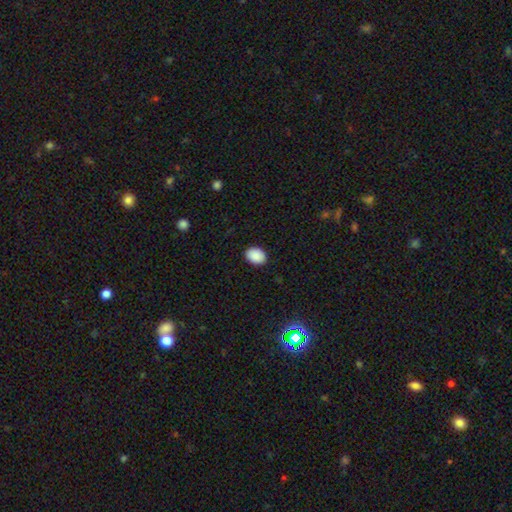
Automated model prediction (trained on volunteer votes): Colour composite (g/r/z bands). It shows a smooth galaxy with no disk features (89%) that is in between round and cigar-shaped (72%). Merging: none (89%).